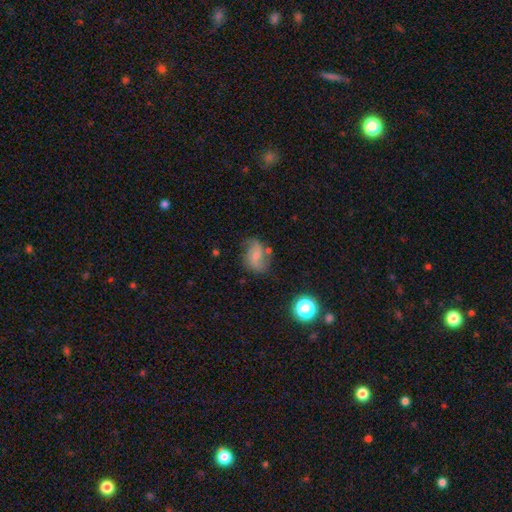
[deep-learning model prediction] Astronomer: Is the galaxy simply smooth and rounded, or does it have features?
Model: featured or disk — 54% (runner-up: smooth, 35%).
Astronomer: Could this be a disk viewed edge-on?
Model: no — 96%.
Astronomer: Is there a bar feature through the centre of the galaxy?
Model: no — 54% (runner-up: weak, 37%).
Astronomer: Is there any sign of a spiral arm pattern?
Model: yes — 84%.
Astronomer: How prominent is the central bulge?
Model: small — 55% (runner-up: moderate, 33%).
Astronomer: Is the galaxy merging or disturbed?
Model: none — 59%.